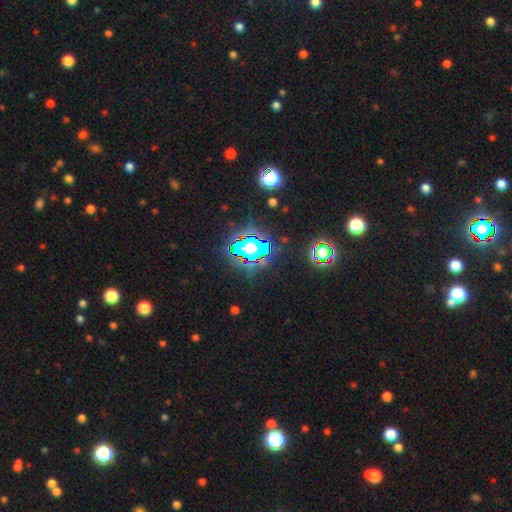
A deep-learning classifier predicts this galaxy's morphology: type=star or artifact (64%).